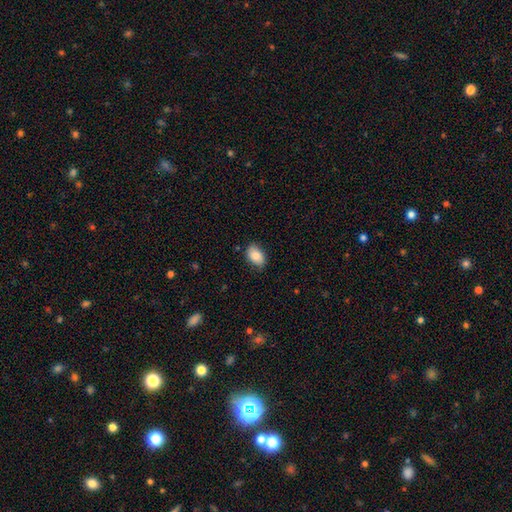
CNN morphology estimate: Smooth or featured? Predicted: smooth (p=0.85). How rounded? Predicted: in between (p=0.90). Merging? Predicted: none (p=0.80).